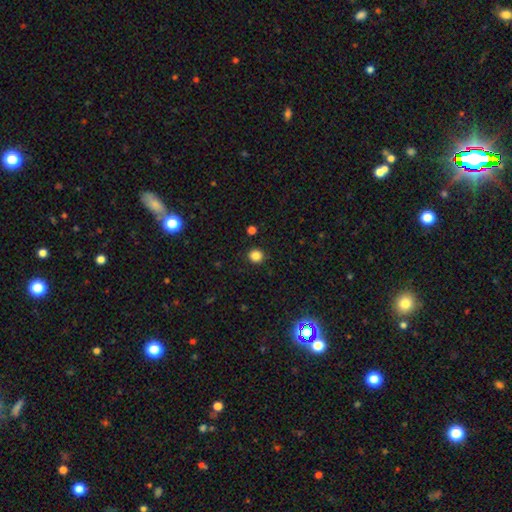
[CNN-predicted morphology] Smooth or featured? smooth (84%)
How rounded? round (91%)
Merging? none (91%)